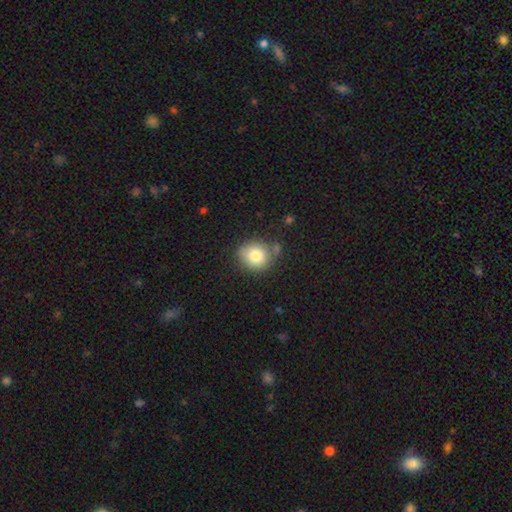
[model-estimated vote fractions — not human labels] A smooth galaxy with no disk features (80%) that is round (83%). Merging: none (70%).